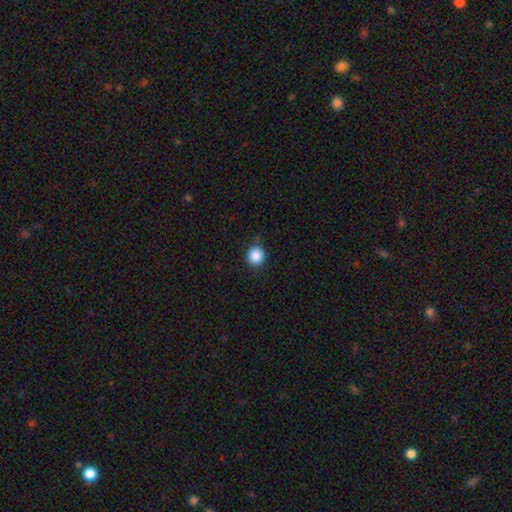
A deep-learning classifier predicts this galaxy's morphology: Smooth or featured? smooth (88%)
How rounded? round (92%)
Merging? none (86%)